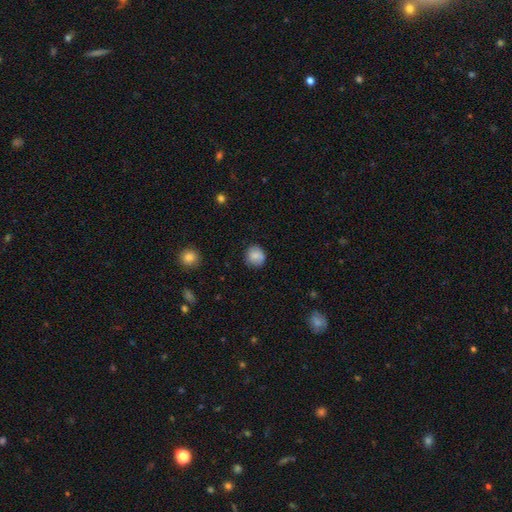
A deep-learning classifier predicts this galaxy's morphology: smooth 81%, featured or disk 11%, star or artifact 8%. Down the decision tree: how rounded — round (84%); merging — none (78%).